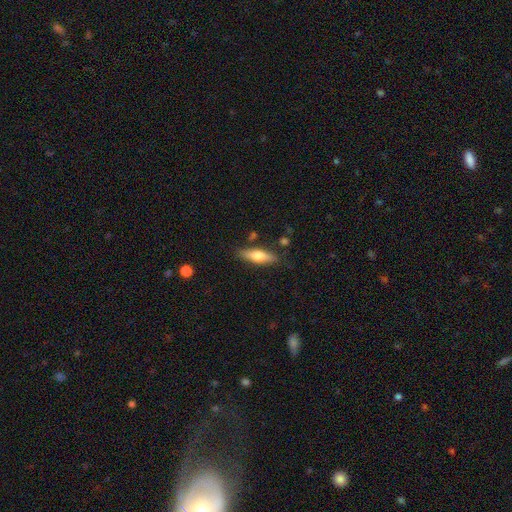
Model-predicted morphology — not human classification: Smooth or featured: smooth — 58% (featured or disk — 35%)
How rounded: cigar-shaped — 56% (in between — 42%)
Merging: none — 83% (minor disturbance — 12%)